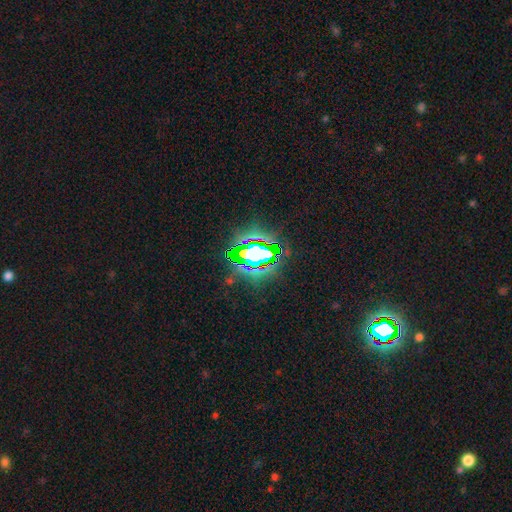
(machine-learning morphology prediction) Smooth or featured: star or artifact — 73% (featured or disk — 14%)